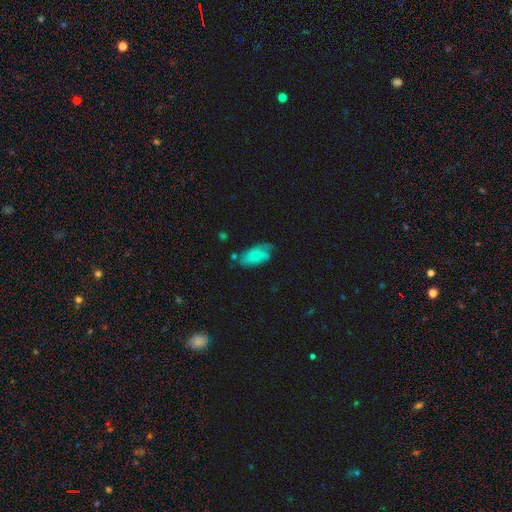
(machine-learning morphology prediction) Smooth or featured? smooth (64%)
How rounded? in between (90%)
Merging? none (47%)